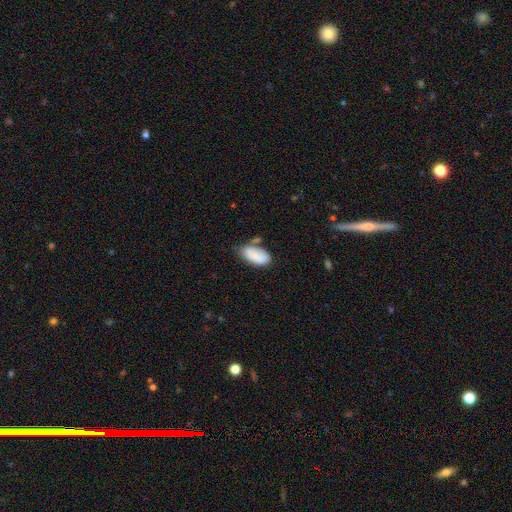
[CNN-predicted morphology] smooth_or_featured: smooth (p=0.84) [alt: featured or disk p=0.09]
how_rounded: in between (p=0.93) [alt: cigar-shaped p=0.04]
merging: none (p=0.53) [alt: minor disturbance p=0.26]